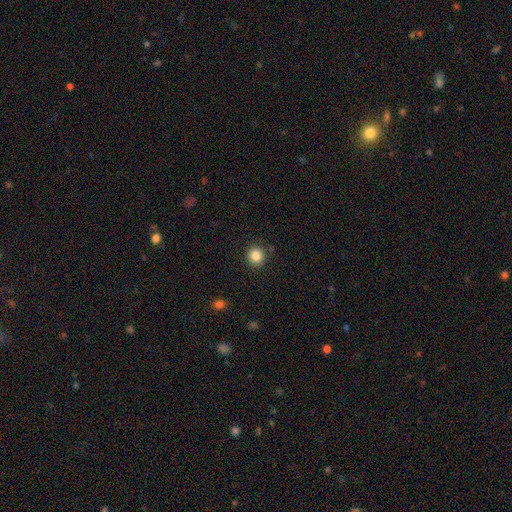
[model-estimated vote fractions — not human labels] A smooth galaxy with no disk features (85%) that is round (92%). Merging: none (90%).